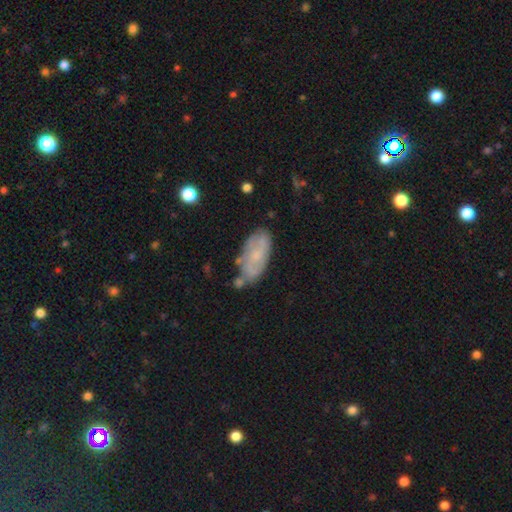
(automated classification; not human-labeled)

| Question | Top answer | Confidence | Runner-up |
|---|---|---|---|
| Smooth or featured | featured or disk | 47% | smooth (45%) |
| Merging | none | 63% | minor disturbance (23%) |